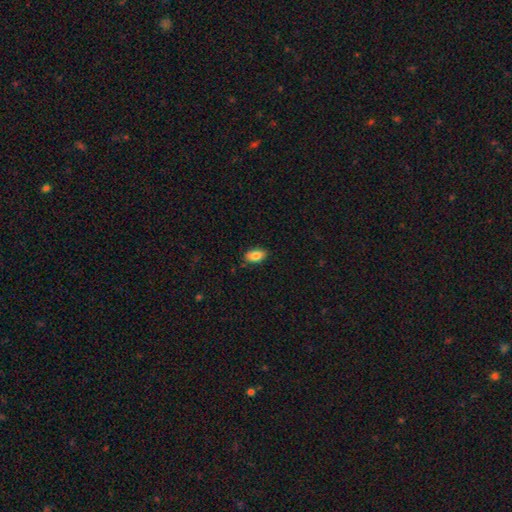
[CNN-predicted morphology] smooth 85%, featured or disk 8%, star or artifact 7%. Down the decision tree: how rounded — in between (92%); merging — none (85%).